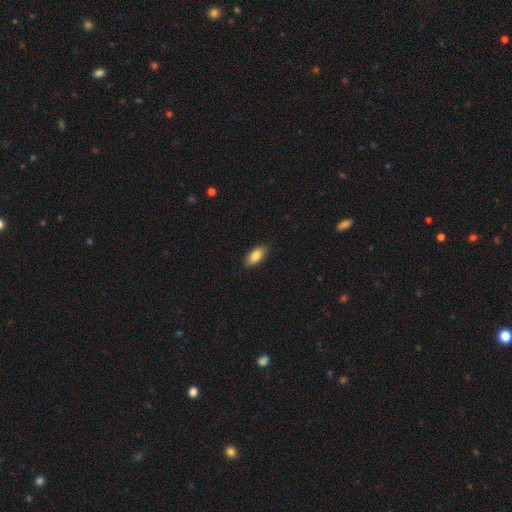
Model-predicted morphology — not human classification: smooth-or-featured: smooth: 86% | featured or disk: 8% | star or artifact: 7%
  how-rounded: in between: 87% | cigar-shaped: 10% | round: 2%
  merging: none: 88% | minor disturbance: 9% | major disturbance: 2% | merger: 1%